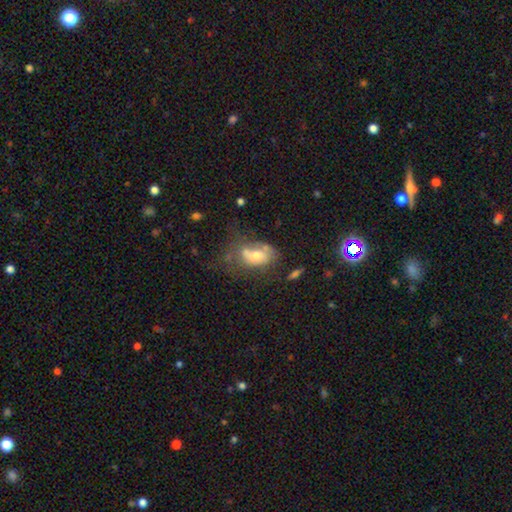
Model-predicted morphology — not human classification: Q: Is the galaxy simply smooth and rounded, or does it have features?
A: smooth — 57%.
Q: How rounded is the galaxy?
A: in between — 82%.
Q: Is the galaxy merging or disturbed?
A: none — 31%.